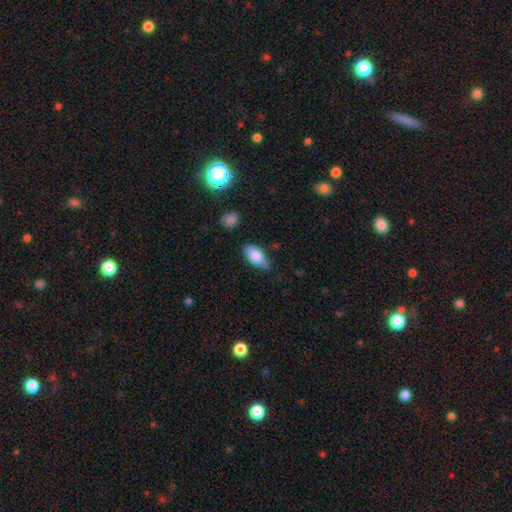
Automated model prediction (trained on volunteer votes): A smooth galaxy with no disk features (78%) that is in between round and cigar-shaped (90%).

Vote fractions:
- Smooth or featured? smooth: 78% / featured or disk: 15% / star or artifact: 7%
- How rounded? in between: 90% / cigar-shaped: 7% / round: 3%
- Merging? none: 66% / minor disturbance: 27% / major disturbance: 5% / merger: 3%